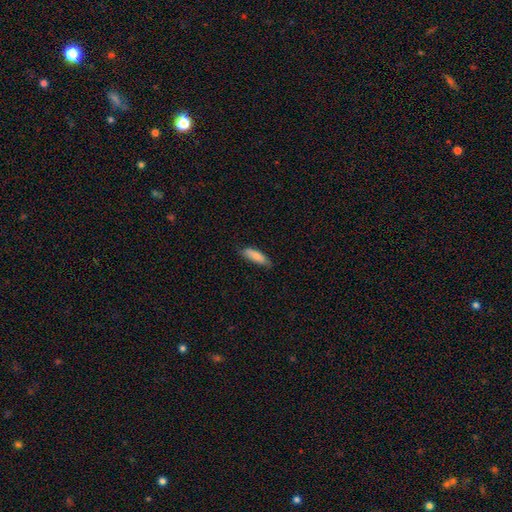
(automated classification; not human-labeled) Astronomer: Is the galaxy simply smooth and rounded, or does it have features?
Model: smooth — 84%.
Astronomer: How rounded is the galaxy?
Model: cigar-shaped — 52% (runner-up: in between, 46%).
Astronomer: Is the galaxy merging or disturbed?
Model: none — 76%.